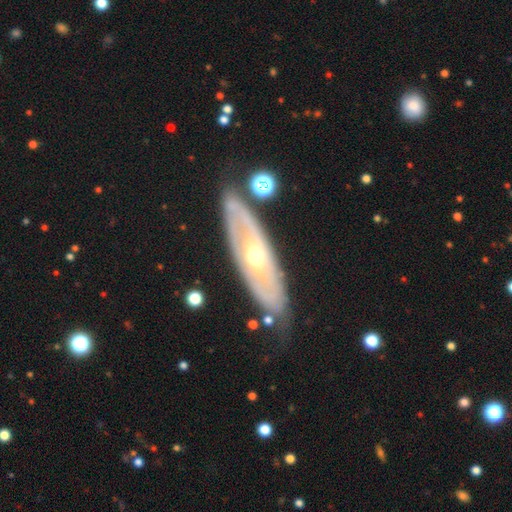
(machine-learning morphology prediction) Smooth or featured? Predicted: featured or disk (p=0.76). Edge-on disk? Predicted: no (p=0.75). Bar? Predicted: no (p=0.79). Spiral arms? Predicted: yes (p=0.52). Bulge size? Predicted: moderate (p=0.68). Merging? Predicted: none (p=0.75).